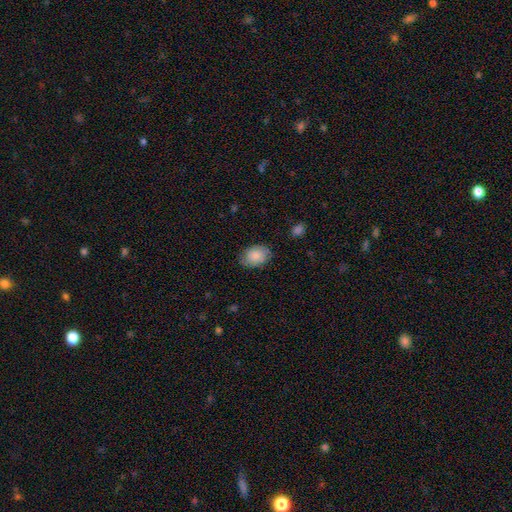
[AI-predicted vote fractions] A smooth galaxy with no disk features (82%) that is in between round and cigar-shaped (75%).

Vote fractions:
- Smooth or featured? smooth: 82% / featured or disk: 11% / star or artifact: 7%
- How rounded? in between: 75% / round: 24% / cigar-shaped: 1%
- Merging? none: 77% / minor disturbance: 18% / major disturbance: 4% / merger: 1%